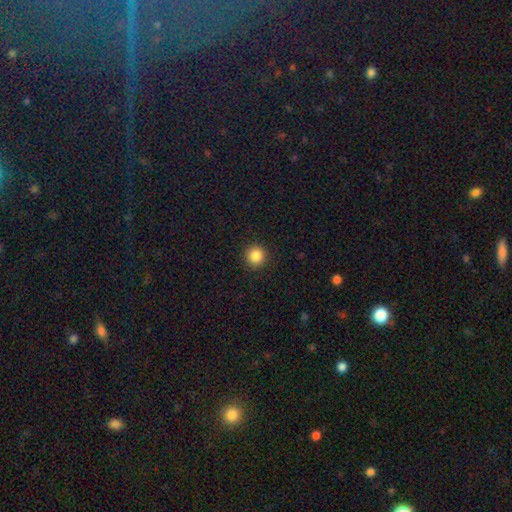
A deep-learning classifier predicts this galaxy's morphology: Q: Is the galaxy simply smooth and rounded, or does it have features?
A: smooth — 87%.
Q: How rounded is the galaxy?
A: round — 95%.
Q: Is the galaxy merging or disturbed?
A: none — 92%.